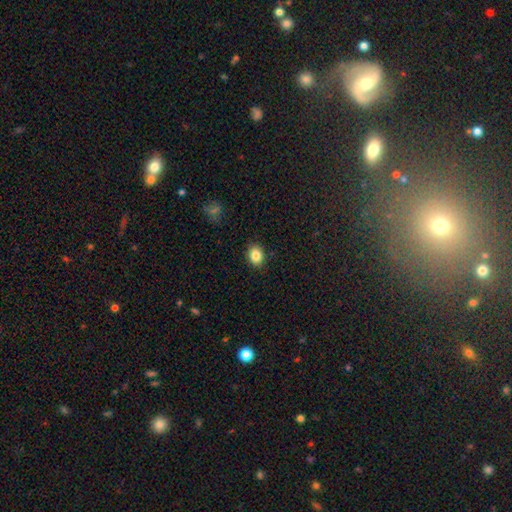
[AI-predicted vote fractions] Smooth or featured: smooth — 85% (star or artifact — 10%)
How rounded: in between — 50% (round — 49%)
Merging: none — 88% (minor disturbance — 9%)